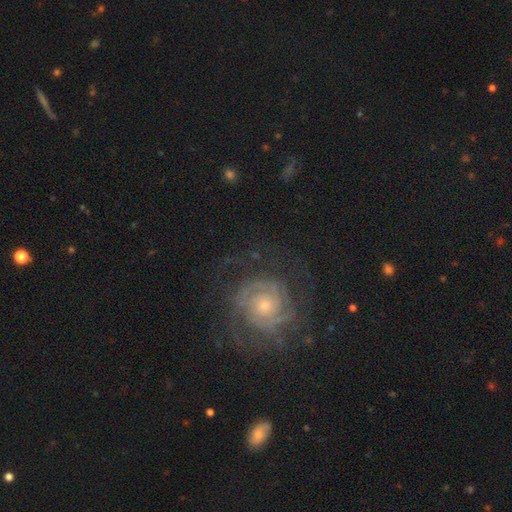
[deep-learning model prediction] This is likely a featured or disk galaxy (60%). It is clearly not viewed edge-on (96%). Bar: likely no (75%). Spiral arm pattern: clearly yes (87%). Spiral arm count: marginally can't tell (39%). Spiral winding: likely tight (64%). Central bulge: possibly moderate (45%). Merging: likely none (77%).